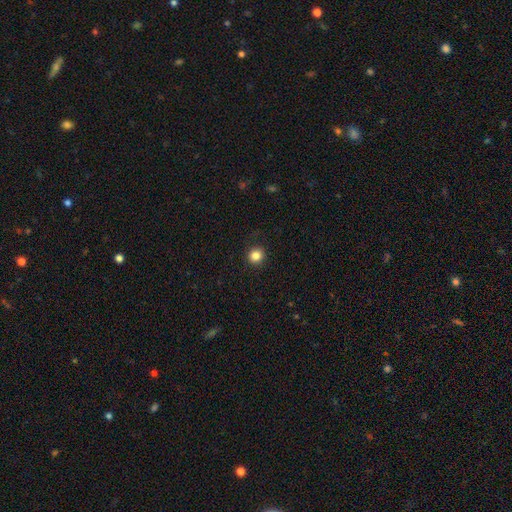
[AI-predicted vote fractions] Overall: smooth (84%). How rounded: round (91%). Merging: none (90%).